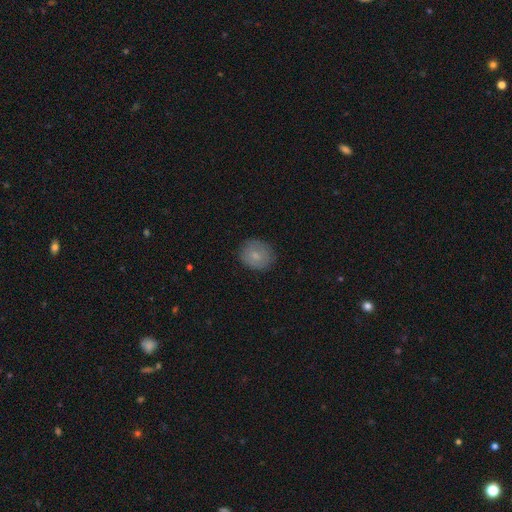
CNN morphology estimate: smooth_or_featured: smooth (p=0.71) [alt: featured or disk p=0.21]
how_rounded: round (p=0.73) [alt: in between p=0.26]
merging: none (p=0.83) [alt: minor disturbance p=0.13]